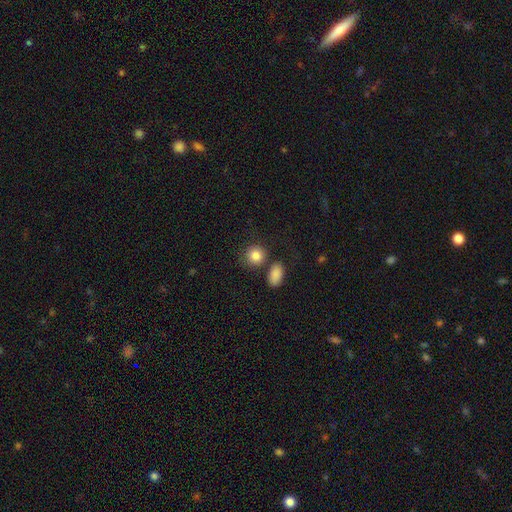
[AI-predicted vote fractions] Smooth or featured? smooth (86%)
How rounded? round (80%)
Merging? none (70%)